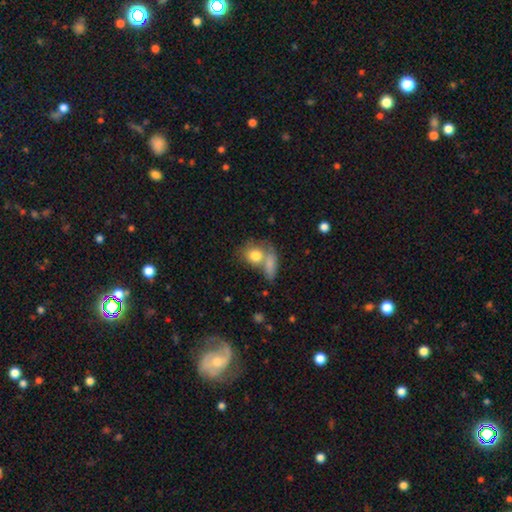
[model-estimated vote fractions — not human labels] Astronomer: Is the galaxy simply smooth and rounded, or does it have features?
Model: smooth — 79%.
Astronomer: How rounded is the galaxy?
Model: round — 59% (runner-up: in between, 39%).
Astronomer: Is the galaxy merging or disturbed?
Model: merger — 47% (runner-up: none, 36%).